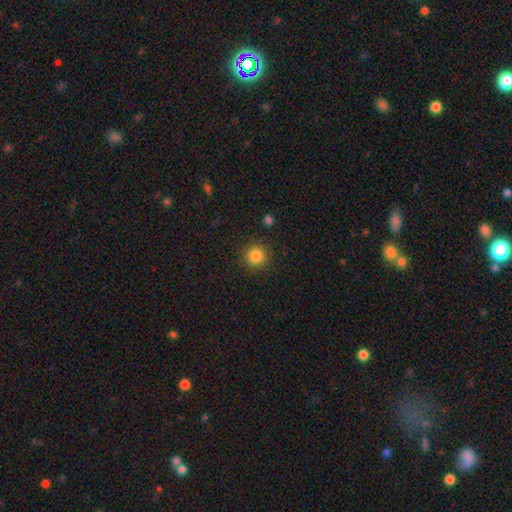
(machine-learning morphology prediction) type=smooth (85%); roundness=round (94%); merging=none (90%).